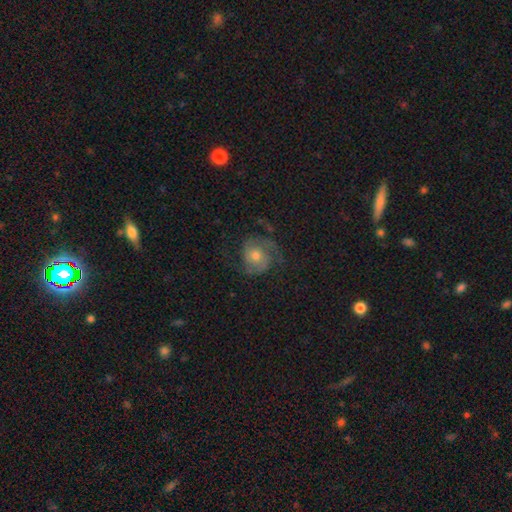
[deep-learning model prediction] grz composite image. It shows a featured or disk galaxy (72%) with no bar (75%), 2 (79%) medium (49%) spiral arms (93%) and a moderate central bulge (60%). Merging: none (63%).